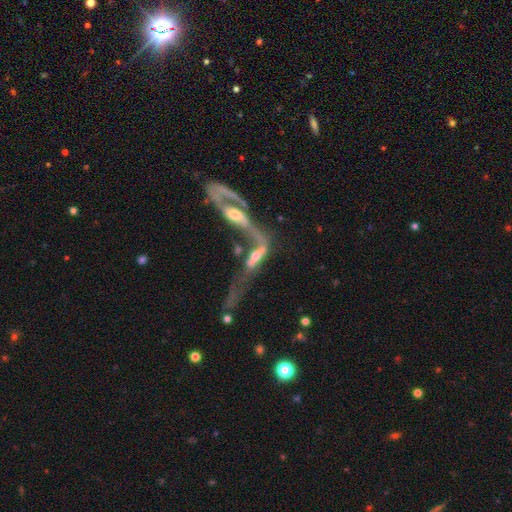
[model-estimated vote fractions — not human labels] Morphology: type=featured or disk (64%); edge-on=no (67%); merging=merger (72%).